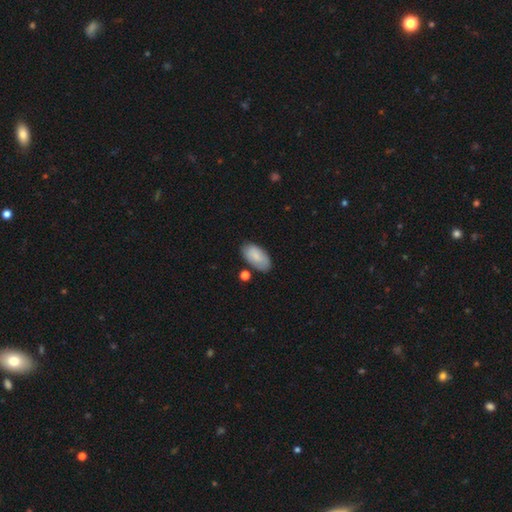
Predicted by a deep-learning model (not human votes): A smooth galaxy with no disk features (80%) that is in between round and cigar-shaped (95%).

Vote fractions:
- Smooth or featured? smooth: 80% / featured or disk: 14% / star or artifact: 6%
- How rounded? in between: 95% / cigar-shaped: 3% / round: 2%
- Merging? none: 76% / minor disturbance: 16% / merger: 5% / major disturbance: 3%